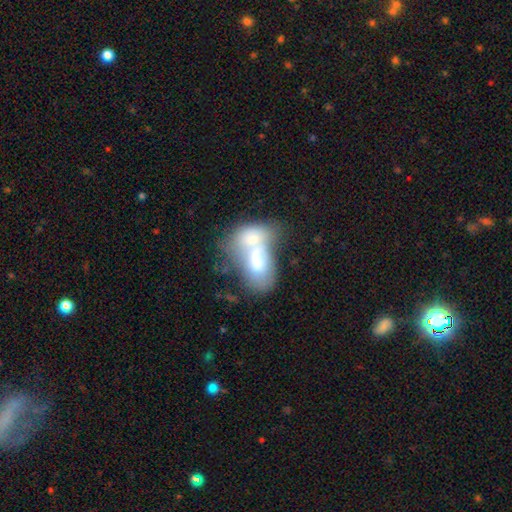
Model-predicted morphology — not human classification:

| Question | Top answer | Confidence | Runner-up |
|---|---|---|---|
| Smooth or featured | smooth | 60% | featured or disk (32%) |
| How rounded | in between | 85% | round (11%) |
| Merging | merger | 76% | none (10%) |